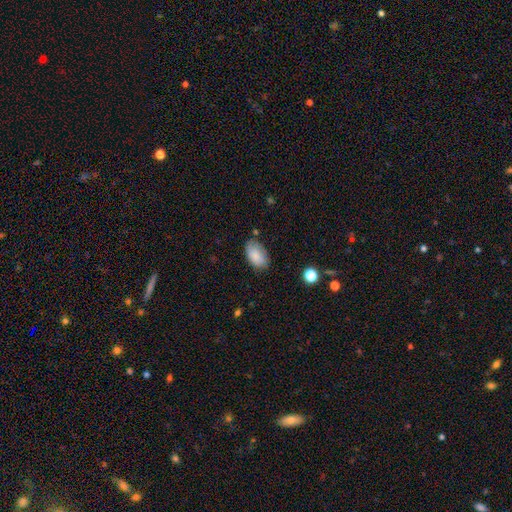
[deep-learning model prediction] A smooth galaxy with no disk features (85%) that is in between round and cigar-shaped (93%).

Vote fractions:
- Smooth or featured? smooth: 85% / featured or disk: 8% / star or artifact: 7%
- How rounded? in between: 93% / round: 5% / cigar-shaped: 1%
- Merging? none: 73% / minor disturbance: 21% / major disturbance: 4% / merger: 2%